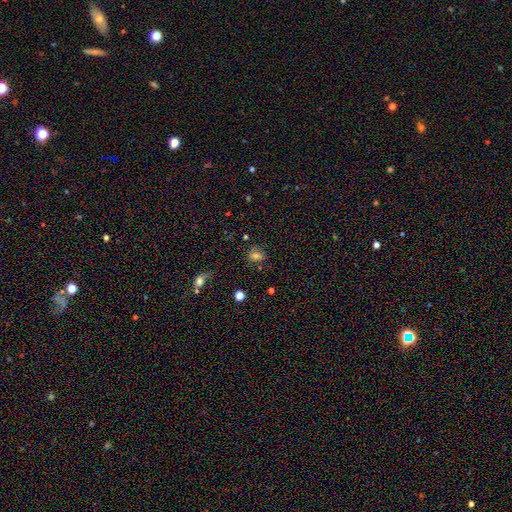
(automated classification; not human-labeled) This appears to be a smooth galaxy with no disk features (67%) that is round (67%). Merging: none (77%).